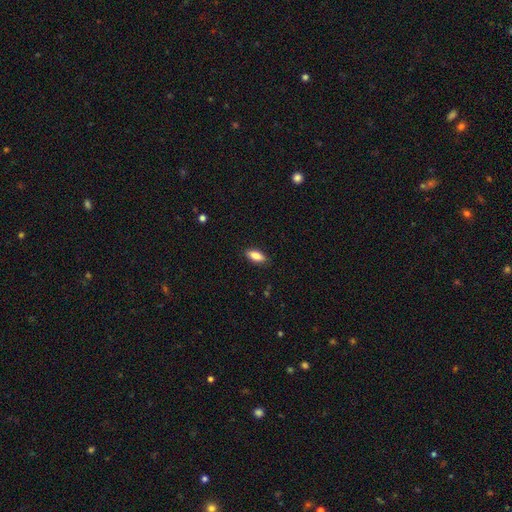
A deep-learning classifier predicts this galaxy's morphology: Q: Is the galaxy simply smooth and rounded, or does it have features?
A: smooth — 85%.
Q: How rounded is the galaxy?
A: in between — 81%.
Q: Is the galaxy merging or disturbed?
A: none — 88%.